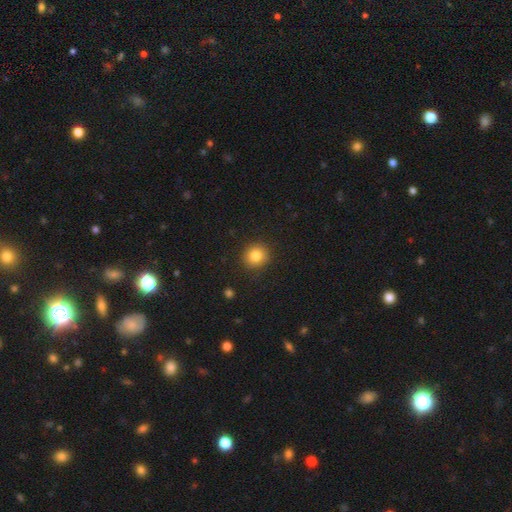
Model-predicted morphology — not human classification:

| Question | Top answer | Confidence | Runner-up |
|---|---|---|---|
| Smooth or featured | smooth | 84% | star or artifact (10%) |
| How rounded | round | 89% | in between (10%) |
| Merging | none | 89% | minor disturbance (8%) |